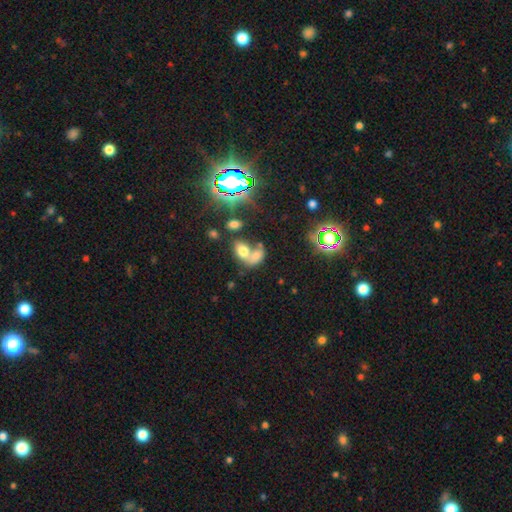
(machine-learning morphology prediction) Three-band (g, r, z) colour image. It shows a smooth galaxy with no disk features (62%) that is in between round and cigar-shaped (78%). Merging: merger (70%).